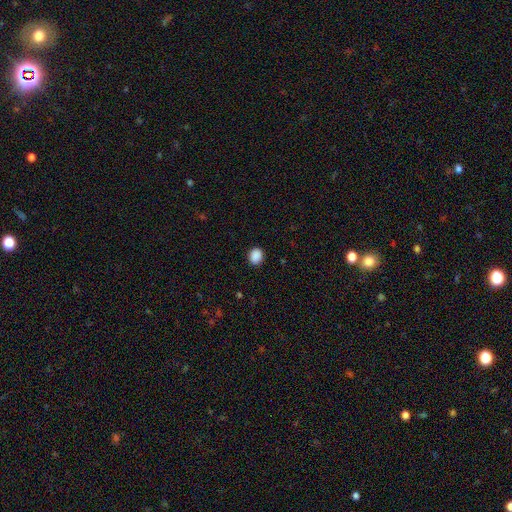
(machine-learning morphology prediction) type=smooth (89%); roundness=round (59%); merging=none (88%).